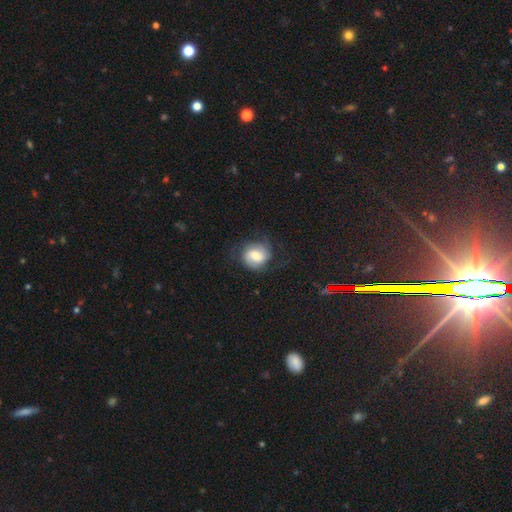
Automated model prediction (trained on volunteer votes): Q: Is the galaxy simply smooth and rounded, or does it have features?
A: featured or disk — 46%.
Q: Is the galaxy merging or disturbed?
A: none — 63%.